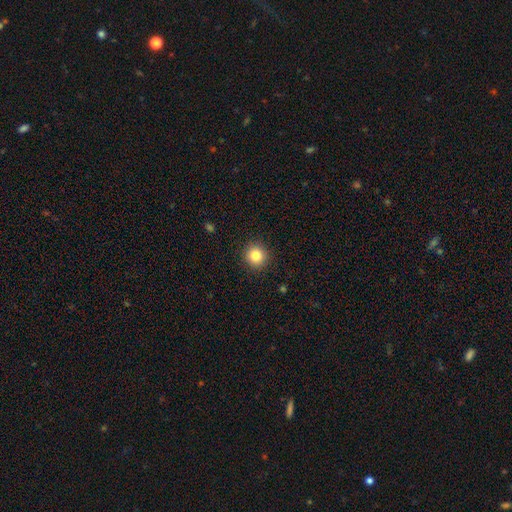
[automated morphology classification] smooth_or_featured: smooth (p=0.83) [alt: star or artifact p=0.10]
how_rounded: round (p=0.92) [alt: in between p=0.07]
merging: none (p=0.92) [alt: minor disturbance p=0.06]